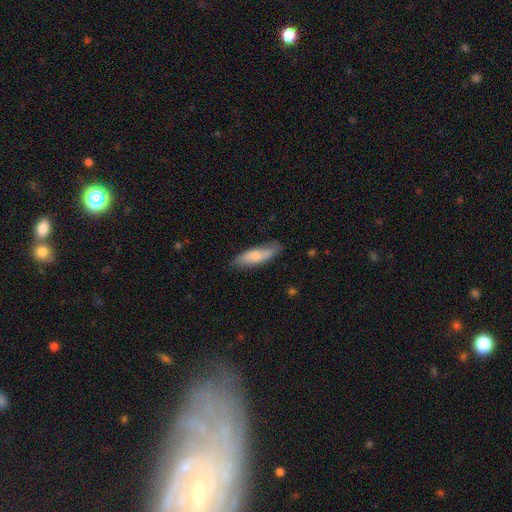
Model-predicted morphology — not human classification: Smooth or featured?
  - smooth: 74% *
  - featured or disk: 20%
  - star or artifact: 5%
How rounded?
  - cigar-shaped: 51% *
  - in between: 47%
  - round: 2%
Merging?
  - none: 76% *
  - minor disturbance: 19%
  - major disturbance: 4%
  - merger: 1%